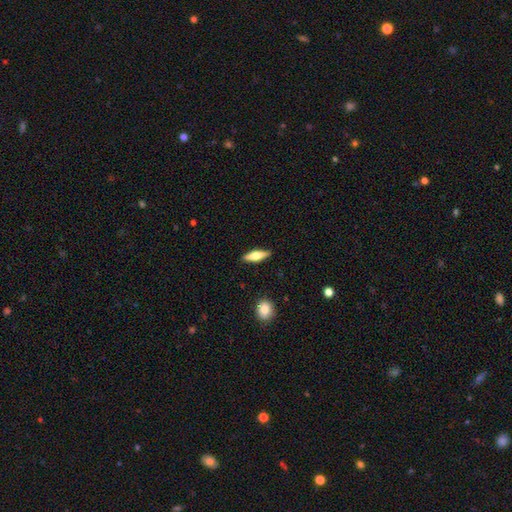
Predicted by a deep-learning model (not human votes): Smooth or featured? Predicted: smooth (p=0.48). Merging? Predicted: none (p=0.89).